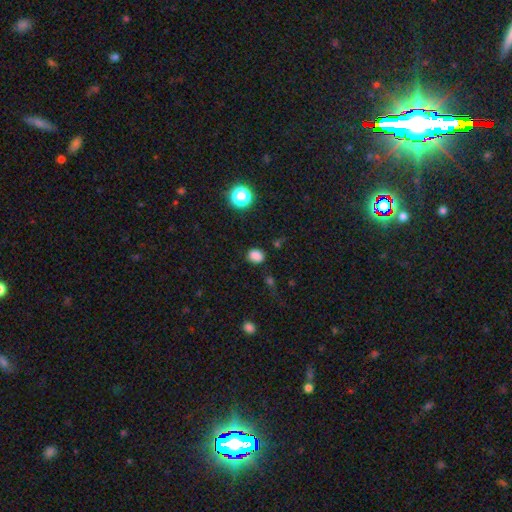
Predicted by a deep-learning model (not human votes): This appears to be a smooth galaxy with no disk features (81%) that is round (55%). Merging: none (82%).